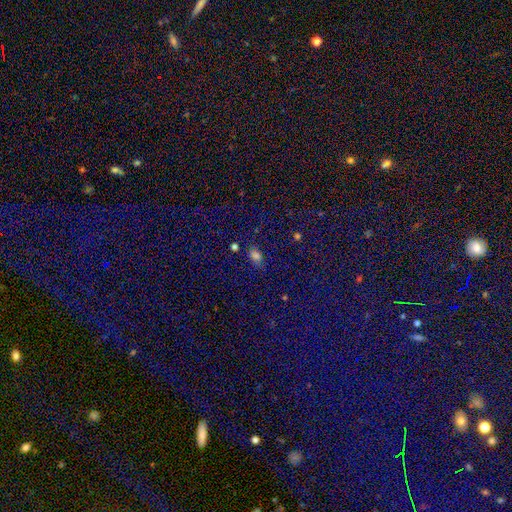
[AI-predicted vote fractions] The model was most divided on "smooth or featured": smooth: 72%, star or artifact: 20%, featured or disk: 7%. More confident: how rounded — in between (82%); merging — none (80%).